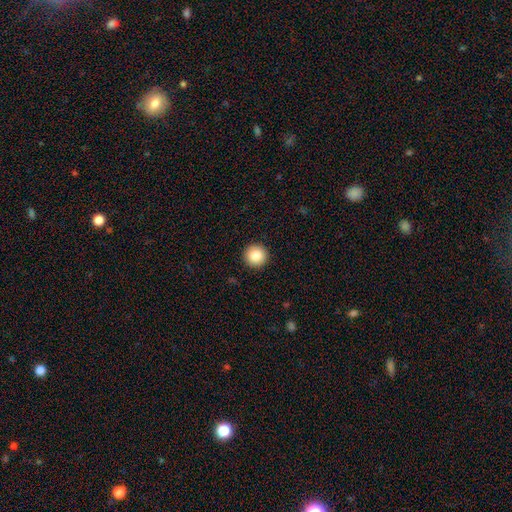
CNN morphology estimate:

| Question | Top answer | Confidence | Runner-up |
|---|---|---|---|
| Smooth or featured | smooth | 86% | star or artifact (9%) |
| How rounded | round | 96% | in between (3%) |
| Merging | none | 93% | minor disturbance (4%) |